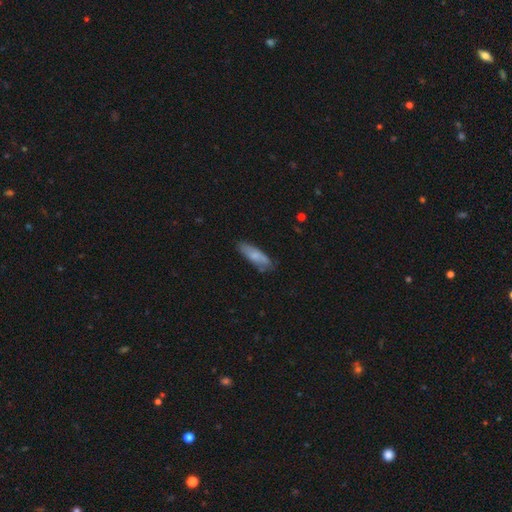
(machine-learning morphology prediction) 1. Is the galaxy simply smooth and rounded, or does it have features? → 72% smooth, 22% featured or disk, 6% star or artifact.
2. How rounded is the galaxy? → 49% cigar-shaped (tied), 49% in between (tied), 2% round.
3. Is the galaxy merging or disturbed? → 72% none, 21% minor disturbance, 4% major disturbance, 3% merger.